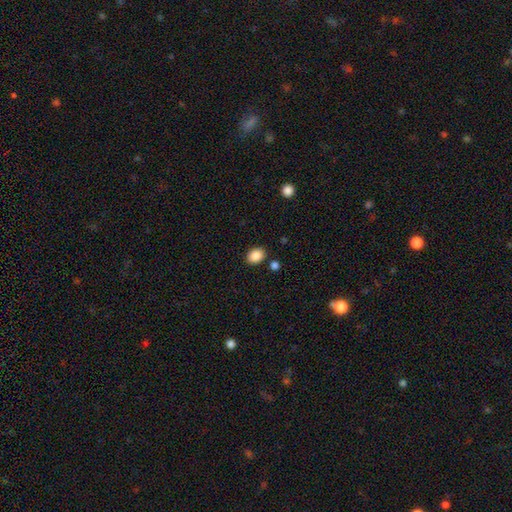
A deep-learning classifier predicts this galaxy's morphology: type=smooth (88%); roundness=in between (64%); merging=none (84%).